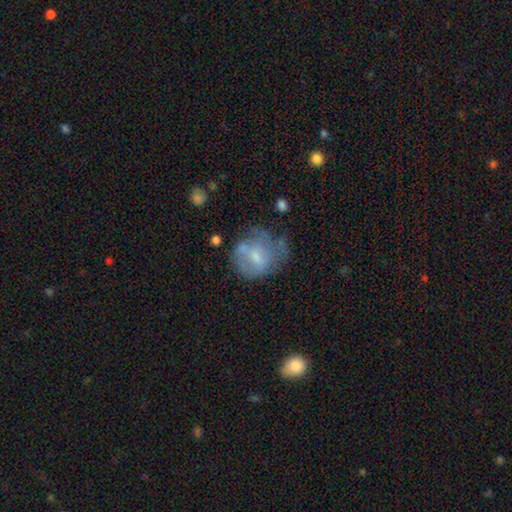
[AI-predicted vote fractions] Q: Smooth or featured?
A: smooth (52%); runner-up: featured or disk (39%)
Q: How rounded?
A: round (69%); runner-up: in between (30%)
Q: Merging?
A: none (43%); runner-up: minor disturbance (28%)